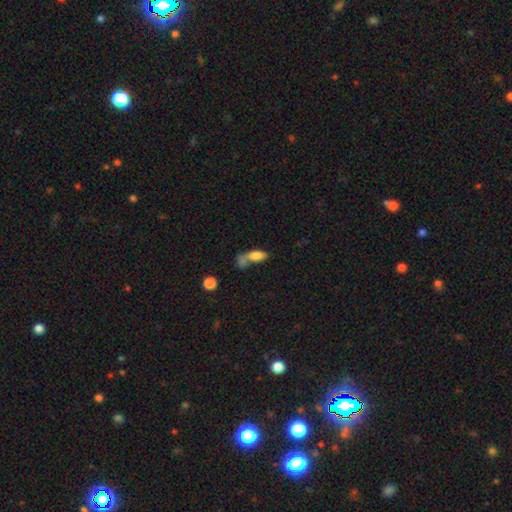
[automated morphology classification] This is likely a smooth galaxy (74%). How rounded: likely in between (75%). Merging: possibly merger (46%).